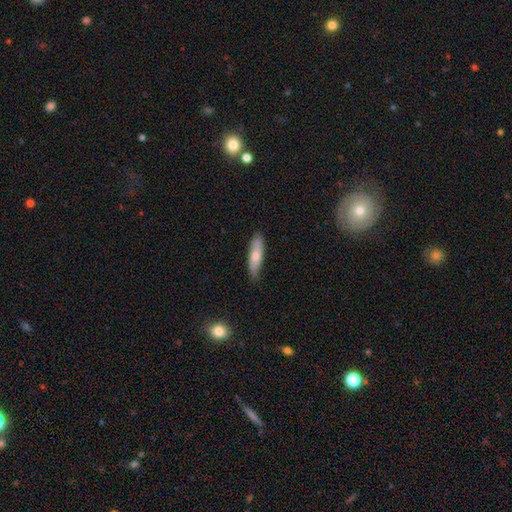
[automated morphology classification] Smooth or featured: smooth — 68% (featured or disk — 26%)
How rounded: cigar-shaped — 66% (in between — 32%)
Merging: none — 78% (minor disturbance — 18%)